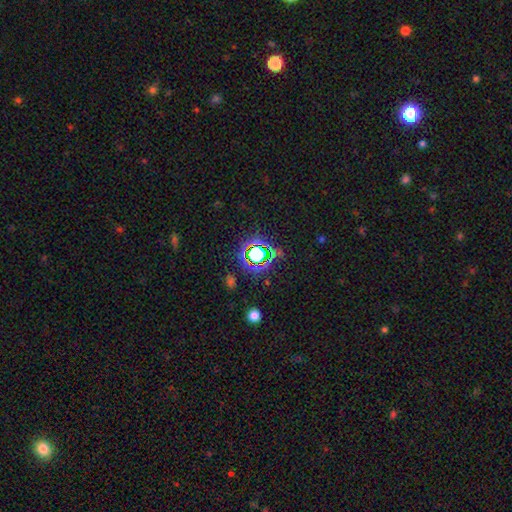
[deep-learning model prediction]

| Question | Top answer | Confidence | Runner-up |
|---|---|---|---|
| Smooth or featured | star or artifact | 71% | smooth (19%) |